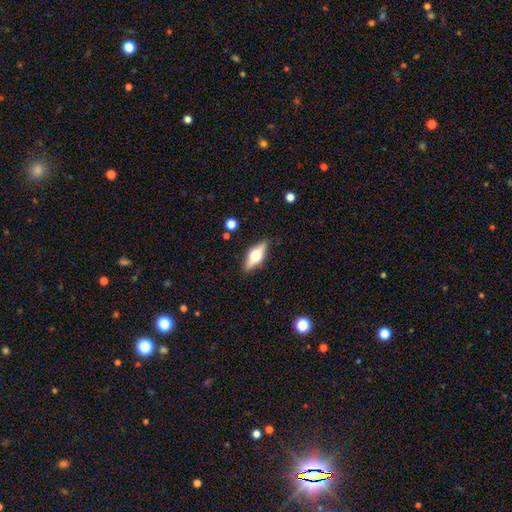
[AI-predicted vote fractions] A featured or disk galaxy (52%) viewed edge-on (91%).

Vote fractions:
- Smooth or featured? featured or disk: 52% / smooth: 41% / star or artifact: 7%
- Edge-on disk? yes: 91% / no: 9%
- Merging? none: 87% / minor disturbance: 10% / major disturbance: 2% / merger: 1%